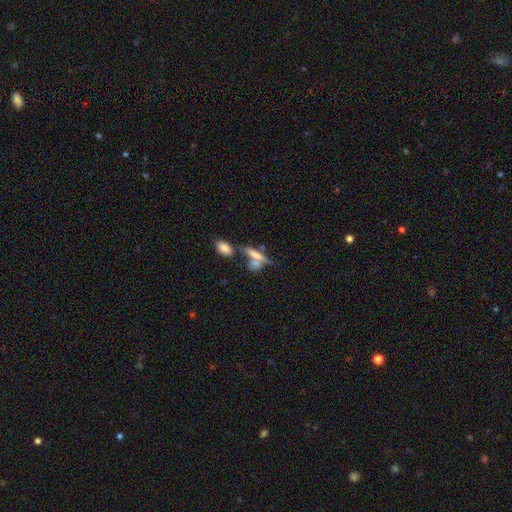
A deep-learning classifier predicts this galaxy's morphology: Overall: smooth (59%; featured or disk 29%). How rounded: cigar-shaped (54%; in between 40%). Merging: none (41%; merger 40%).